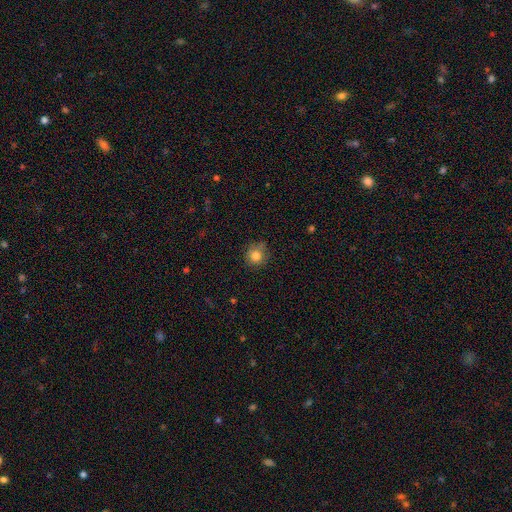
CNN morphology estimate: The model was most divided on "merging": none: 76%, minor disturbance: 18%, major disturbance: 4%, merger: 2%. More confident: how rounded — round (90%); smooth or featured — smooth (82%).